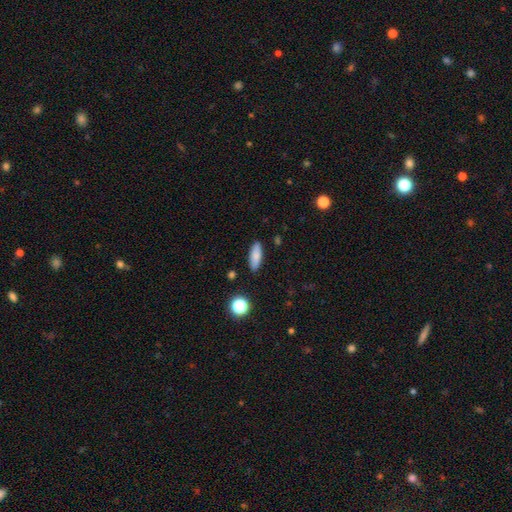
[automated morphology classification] smooth_or_featured: smooth (p=0.82) [alt: featured or disk p=0.10]
how_rounded: in between (p=0.60) [alt: cigar-shaped p=0.37]
merging: none (p=0.88) [alt: minor disturbance p=0.08]